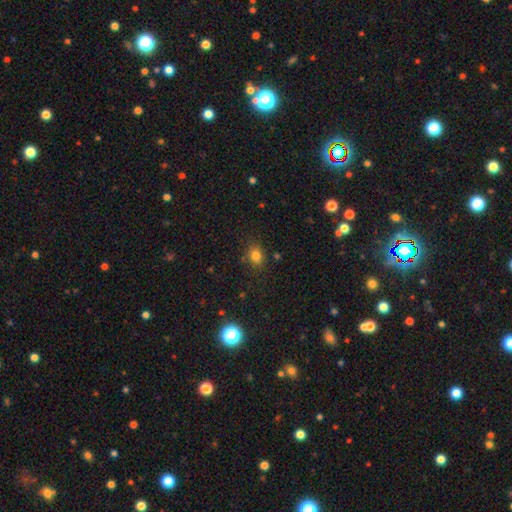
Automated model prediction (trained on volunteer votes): smooth 78%, star or artifact 15%, featured or disk 6%. Down the decision tree: how rounded — in between (51%); merging — none (79%).